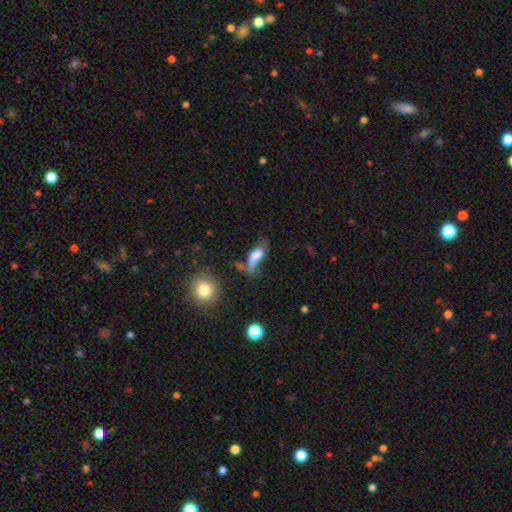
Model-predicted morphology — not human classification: smooth_or_featured: smooth (p=0.58) [alt: featured or disk p=0.30]
how_rounded: in between (p=0.66) [alt: cigar-shaped p=0.27]
merging: major disturbance (p=0.34) [alt: none p=0.26]